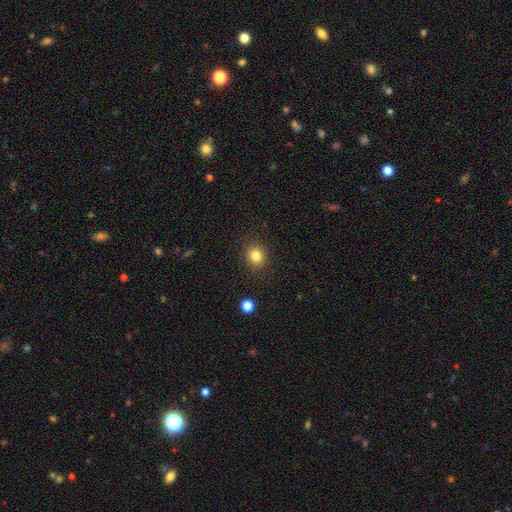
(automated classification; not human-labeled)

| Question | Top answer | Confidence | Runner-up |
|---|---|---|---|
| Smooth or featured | smooth | 82% | star or artifact (12%) |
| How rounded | round | 79% | in between (20%) |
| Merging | none | 88% | minor disturbance (8%) |